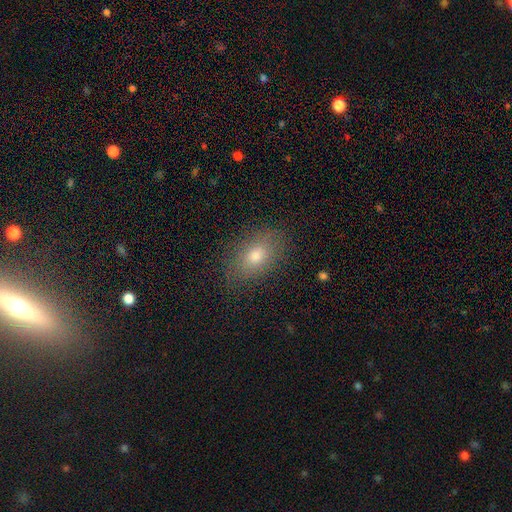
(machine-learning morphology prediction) The model was most divided on "smooth or featured": smooth: 75%, featured or disk: 14%, star or artifact: 11%. More confident: how rounded — in between (85%); merging — none (84%).